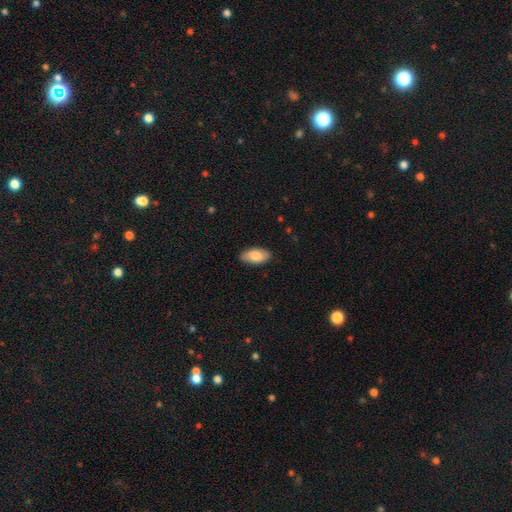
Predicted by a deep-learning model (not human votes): Q: Smooth or featured?
A: smooth (81%); runner-up: featured or disk (13%)
Q: How rounded?
A: in between (94%); runner-up: cigar-shaped (3%)
Q: Merging?
A: none (87%); runner-up: minor disturbance (10%)